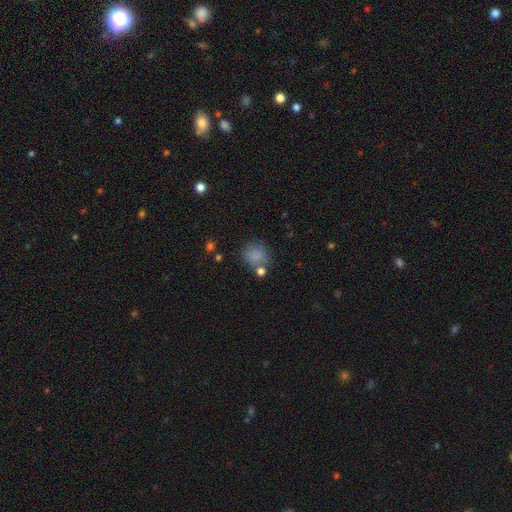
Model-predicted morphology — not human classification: A smooth galaxy with no disk features (79%) that is round (75%). Merging: none (63%).